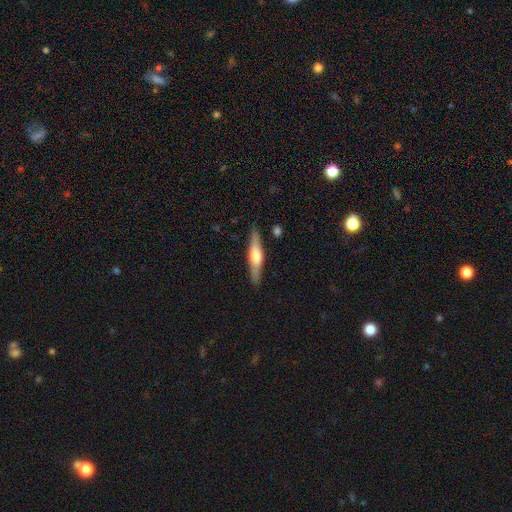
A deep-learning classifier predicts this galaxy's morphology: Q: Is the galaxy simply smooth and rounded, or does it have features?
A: featured or disk — 55%.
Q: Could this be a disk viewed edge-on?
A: yes — 95%.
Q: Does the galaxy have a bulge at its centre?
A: rounded — 85%.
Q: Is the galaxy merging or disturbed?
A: none — 88%.